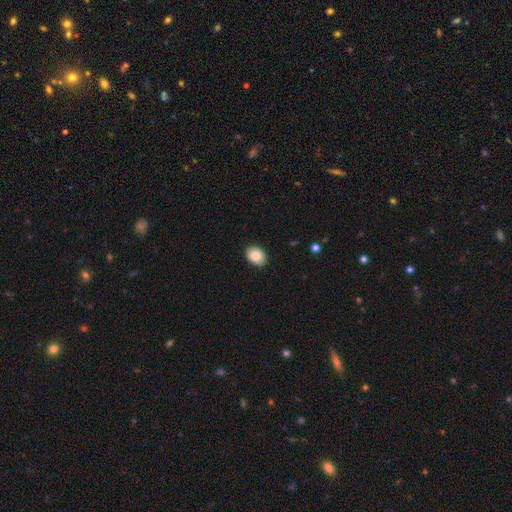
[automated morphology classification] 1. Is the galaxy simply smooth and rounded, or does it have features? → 82% smooth, 10% featured or disk, 8% star or artifact.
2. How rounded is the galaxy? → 66% in between, 33% round, 1% cigar-shaped.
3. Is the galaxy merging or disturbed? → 91% none, 7% minor disturbance, 2% major disturbance, 1% merger.